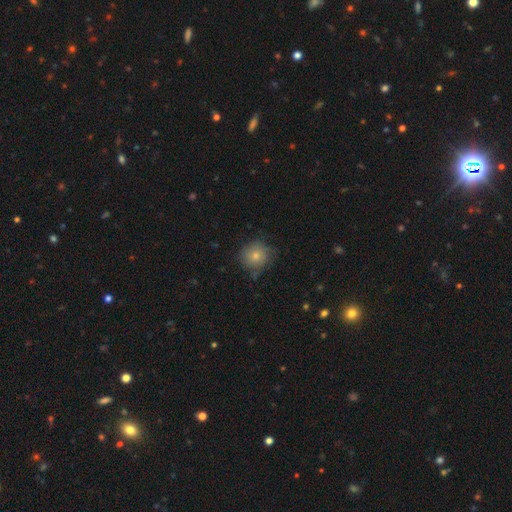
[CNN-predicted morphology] This appears to be a smooth galaxy with no disk features (75%) that is round (87%). Merging: none (67%).